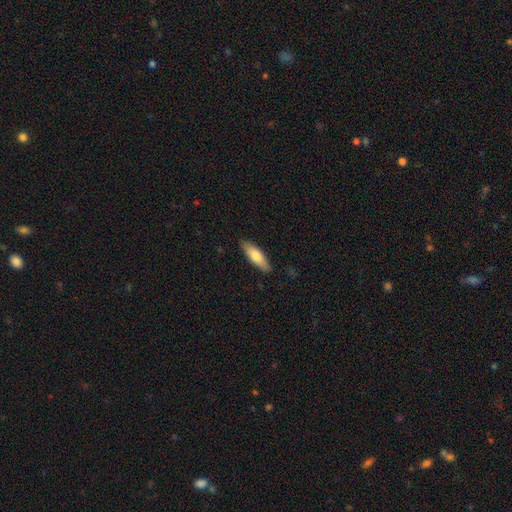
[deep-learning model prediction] A smooth galaxy with no disk features (72%) that is cigar-shaped (51%).

Vote fractions:
- Smooth or featured? smooth: 72% / featured or disk: 23% / star or artifact: 5%
- How rounded? cigar-shaped: 51% / in between: 47% / round: 2%
- Merging? none: 88% / minor disturbance: 9% / major disturbance: 2% / merger: 1%